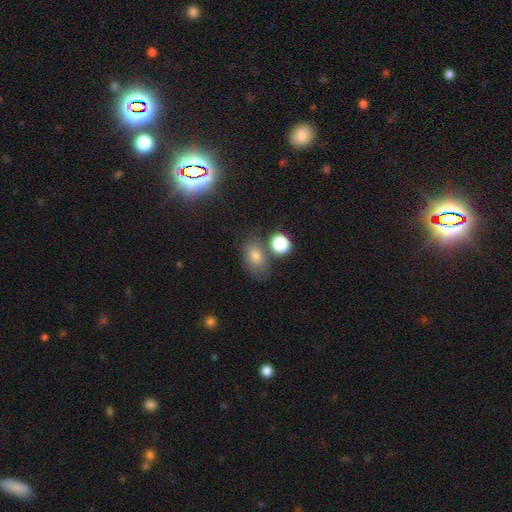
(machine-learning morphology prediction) Smooth or featured? Predicted: smooth (p=0.68). How rounded? Predicted: in between (p=0.75). Merging? Predicted: none (p=0.66).